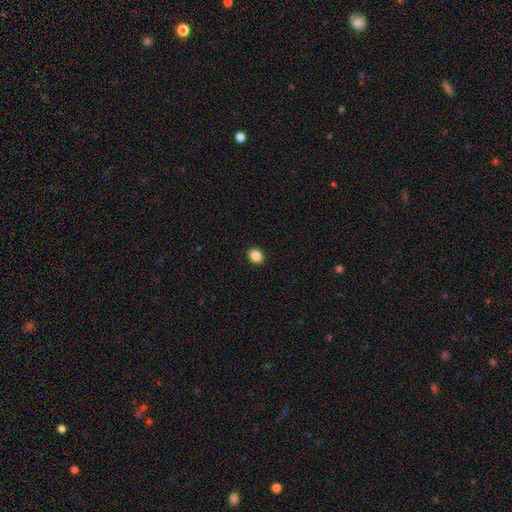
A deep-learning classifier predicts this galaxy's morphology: Smooth or featured: smooth — 87% (star or artifact — 10%)
How rounded: round — 63% (in between — 37%)
Merging: none — 92% (minor disturbance — 6%)